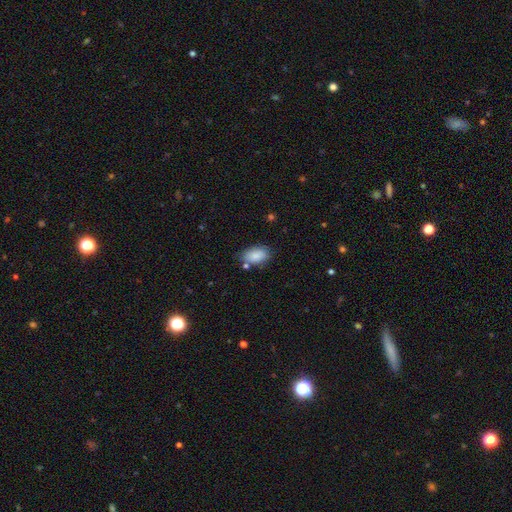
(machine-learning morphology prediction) Smooth or featured: smooth — 85% (featured or disk — 8%)
How rounded: in between — 91% (round — 7%)
Merging: none — 70% (minor disturbance — 19%)